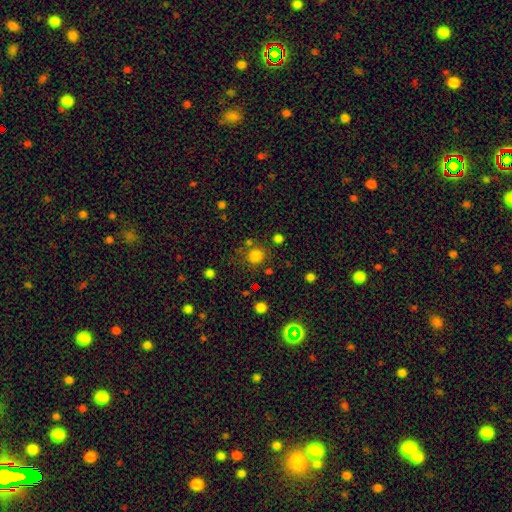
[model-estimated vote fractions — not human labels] Smooth or featured: smooth — 80% (star or artifact — 15%)
How rounded: round — 90% (in between — 9%)
Merging: none — 78% (minor disturbance — 10%)